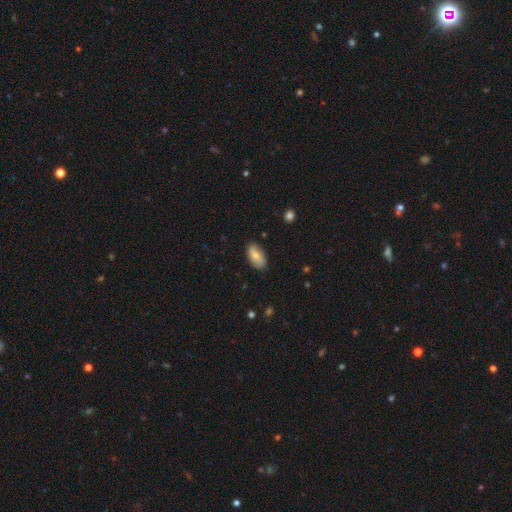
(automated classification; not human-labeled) Smooth or featured: smooth — 76% (featured or disk — 18%)
How rounded: in between — 92% (cigar-shaped — 5%)
Merging: none — 83% (minor disturbance — 14%)